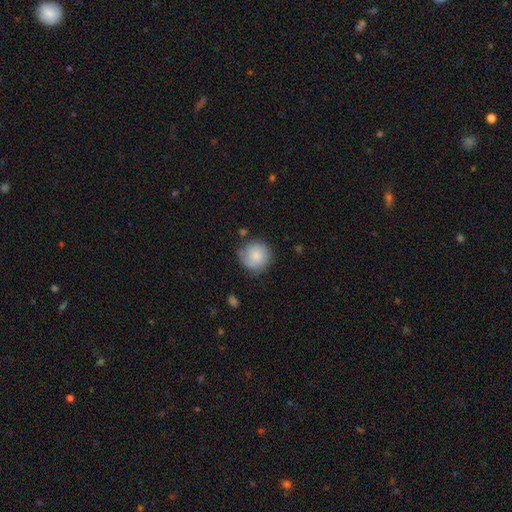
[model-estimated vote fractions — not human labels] smooth-or-featured: smooth: 80% | featured or disk: 13% | star or artifact: 7%
  how-rounded: round: 91% | in between: 8% | cigar-shaped: 1%
  merging: none: 69% | minor disturbance: 22% | major disturbance: 7% | merger: 3%